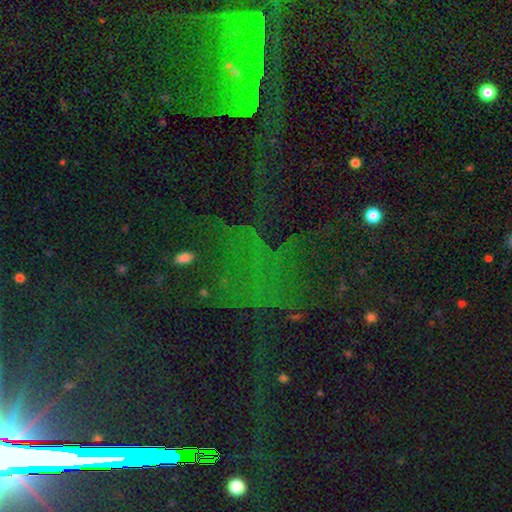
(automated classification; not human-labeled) A star or artifact, not a galaxy (71%).

Vote fractions:
- Smooth or featured? star or artifact: 71% / featured or disk: 16% / smooth: 13%